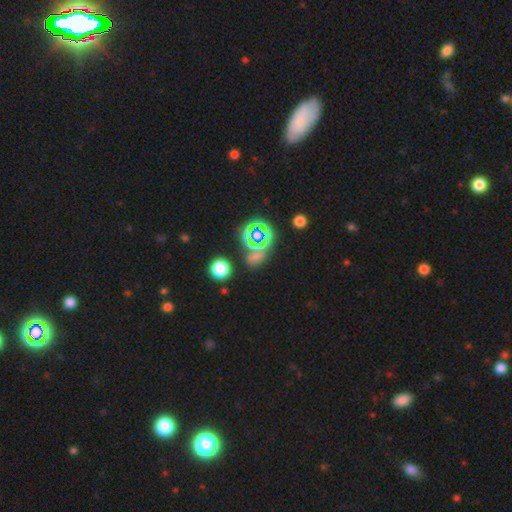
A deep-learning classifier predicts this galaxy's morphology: smooth_or_featured: star or artifact (p=0.60) [alt: smooth p=0.29]